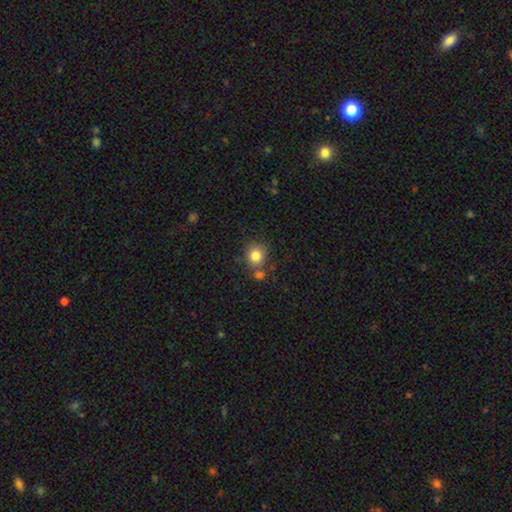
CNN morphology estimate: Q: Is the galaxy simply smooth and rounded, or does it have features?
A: smooth — 83%.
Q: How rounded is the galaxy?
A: round — 83%.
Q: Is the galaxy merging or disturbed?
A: none — 68%.